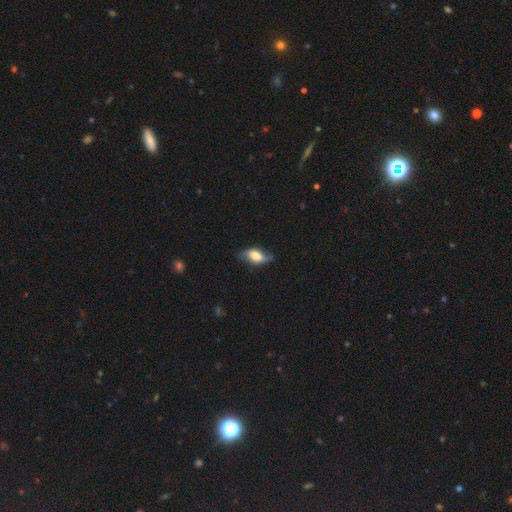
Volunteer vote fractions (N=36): A smooth galaxy with no disk features (56%) that is in between round and cigar-shaped (85%).

Vote fractions:
- Smooth or featured? smooth: 56% / featured or disk: 42% / star or artifact: 3%
- How rounded? in between: 85% / cigar-shaped: 10% / round: 5%
- Merging? none: 51% / minor disturbance: 29% / major disturbance: 17% / merger: 3%